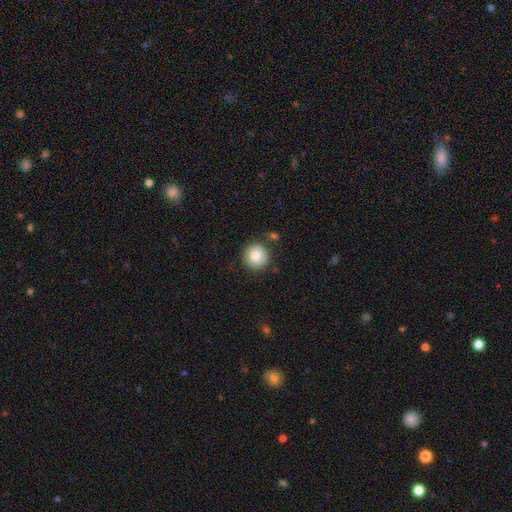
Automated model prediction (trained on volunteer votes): The model was most divided on "smooth or featured": smooth: 82%, featured or disk: 9%, star or artifact: 9%. More confident: how rounded — round (95%); merging — none (86%).